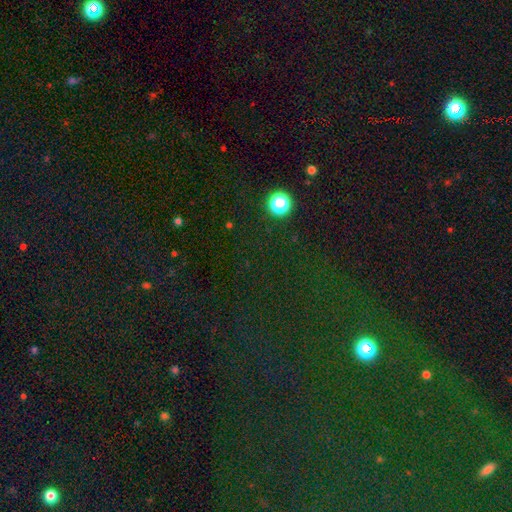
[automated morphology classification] star or artifact 72%, smooth 20%, featured or disk 8%.